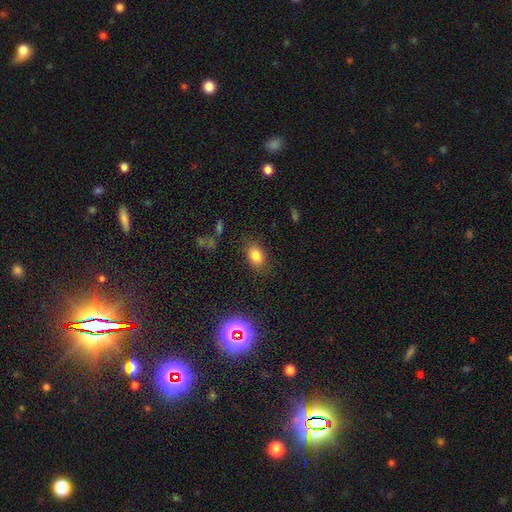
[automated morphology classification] This is likely a smooth galaxy (80%). How rounded: likely in between (76%). Merging: clearly none (81%).